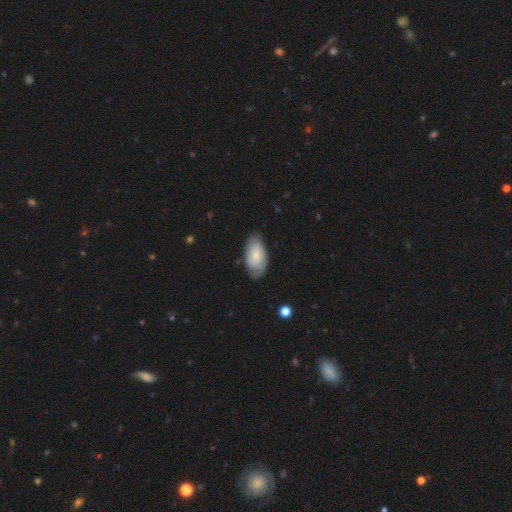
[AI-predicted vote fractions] Morphology: type=smooth (70%); roundness=in between (94%); merging=none (71%).